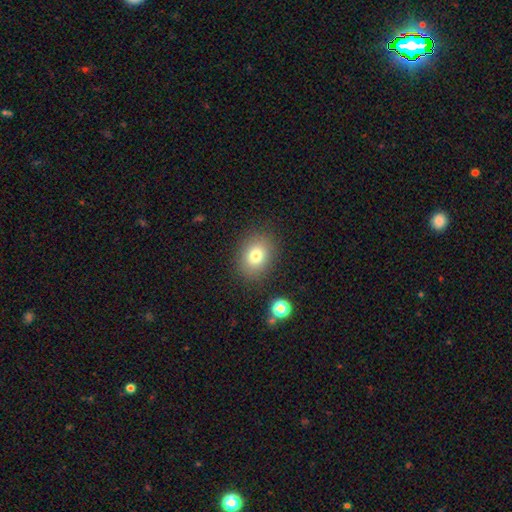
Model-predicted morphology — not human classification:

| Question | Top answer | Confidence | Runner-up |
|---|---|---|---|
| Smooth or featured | smooth | 78% | star or artifact (12%) |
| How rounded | in between | 54% | round (45%) |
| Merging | none | 84% | minor disturbance (10%) |